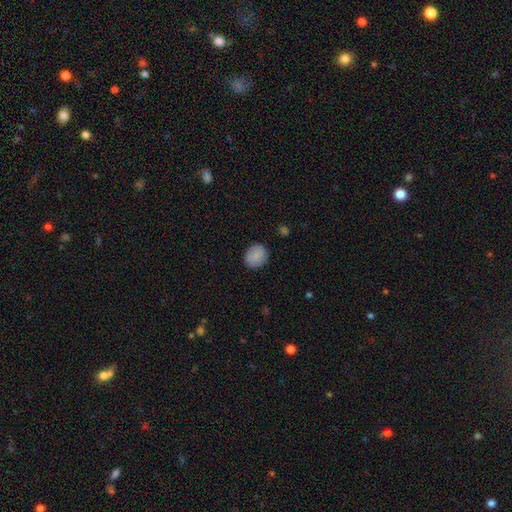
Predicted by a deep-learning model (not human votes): A smooth galaxy with no disk features (87%) that is round (81%). Merging: none (87%).